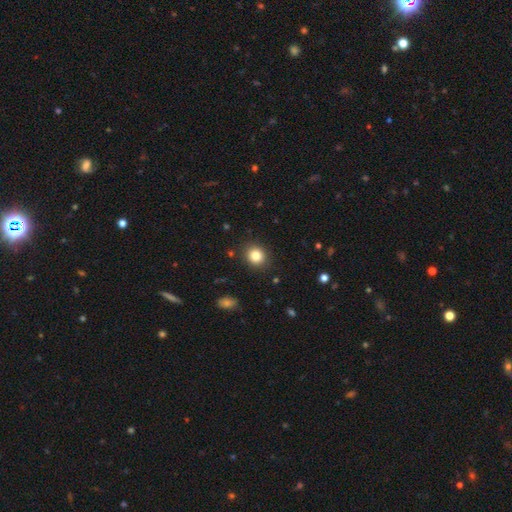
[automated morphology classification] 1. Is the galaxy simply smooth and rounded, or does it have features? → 84% smooth, 11% star or artifact, 6% featured or disk.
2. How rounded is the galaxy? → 76% round, 23% in between, 1% cigar-shaped.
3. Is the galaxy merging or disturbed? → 88% none, 8% minor disturbance, 2% major disturbance, 1% merger.